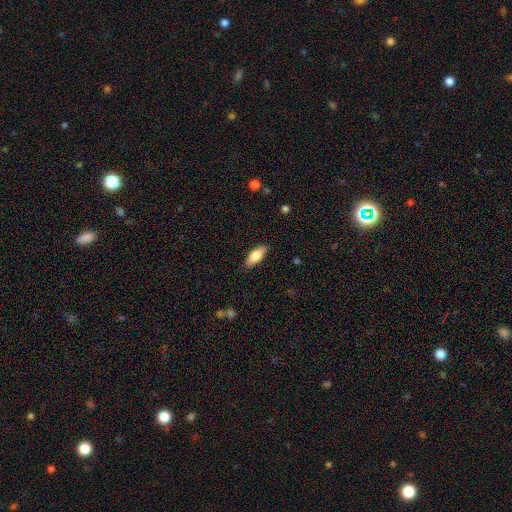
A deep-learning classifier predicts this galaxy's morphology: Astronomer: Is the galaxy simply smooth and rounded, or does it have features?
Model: smooth — 75%.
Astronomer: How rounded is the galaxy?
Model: in between — 69%.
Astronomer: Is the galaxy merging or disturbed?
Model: none — 86%.